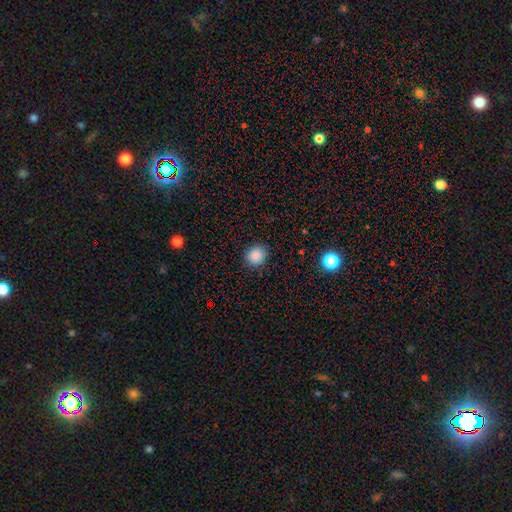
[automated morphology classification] smooth-or-featured: smooth: 86% | star or artifact: 10% | featured or disk: 3%
  how-rounded: round: 78% | in between: 21% | cigar-shaped: 1%
  merging: none: 88% | minor disturbance: 8% | major disturbance: 3% | merger: 1%